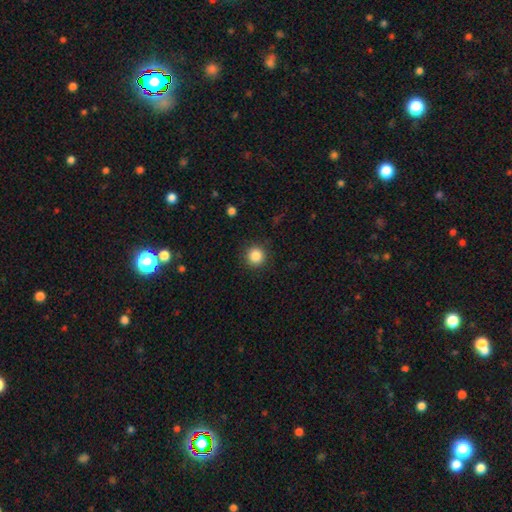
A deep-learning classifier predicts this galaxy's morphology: This is clearly a smooth galaxy (86%). How rounded: clearly round (95%). Merging: clearly none (91%).